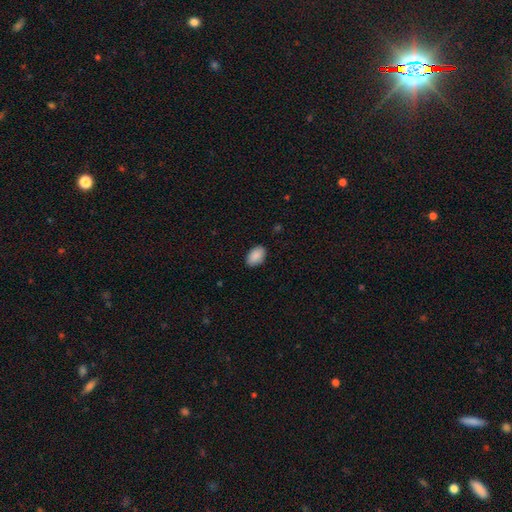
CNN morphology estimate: Smooth or featured? smooth (90%)
How rounded? in between (91%)
Merging? none (88%)